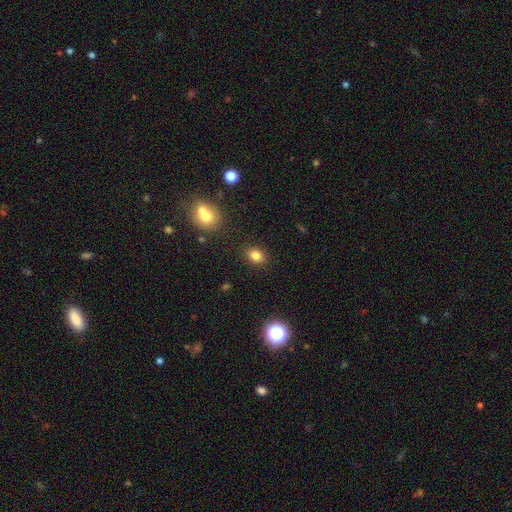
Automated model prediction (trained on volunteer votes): A smooth galaxy with no disk features (82%) that is in between round and cigar-shaped (56%). Merging: none (87%).